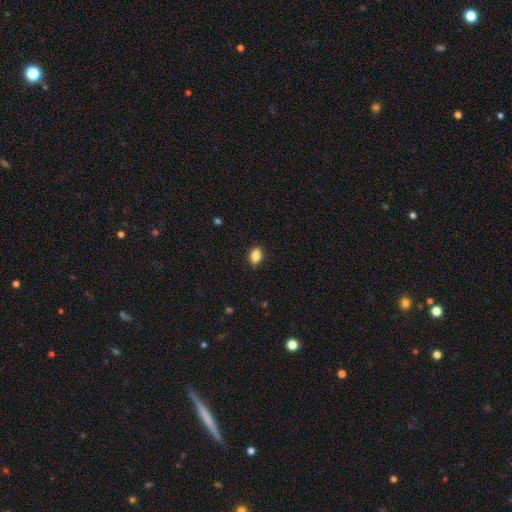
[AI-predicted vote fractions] Overall: smooth (87%). How rounded: in between (85%). Merging: none (88%).